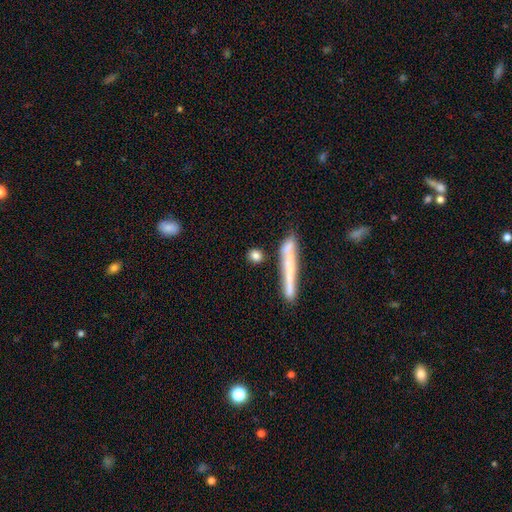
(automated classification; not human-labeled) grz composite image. It shows a smooth galaxy with no disk features (80%) that is round (58%). Merging: none (76%).